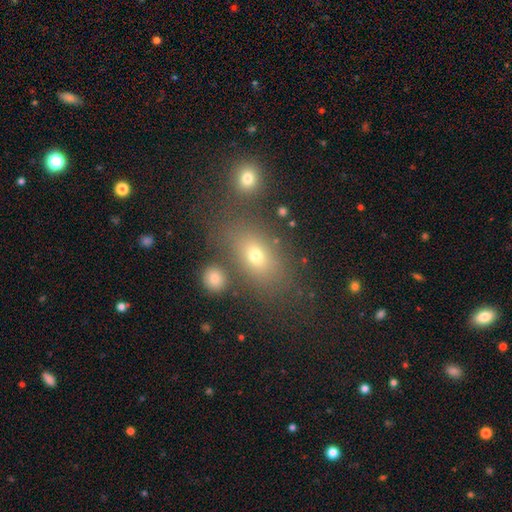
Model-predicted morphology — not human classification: Smooth or featured? smooth (66%)
How rounded? in between (77%)
Merging? none (67%)